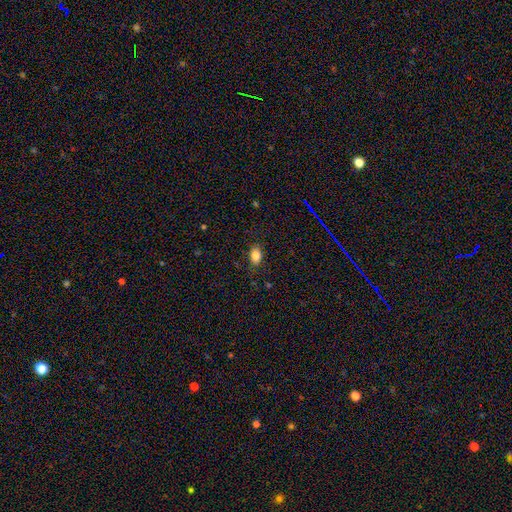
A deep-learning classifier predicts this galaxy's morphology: Smooth or featured: smooth — 83% (star or artifact — 10%)
How rounded: in between — 82% (round — 16%)
Merging: none — 82% (minor disturbance — 13%)